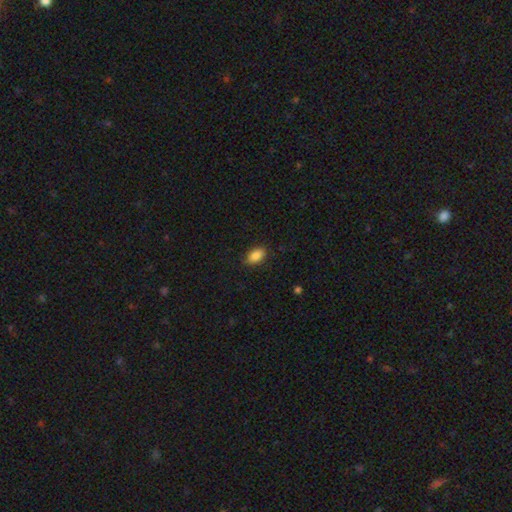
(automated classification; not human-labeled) A smooth galaxy with no disk features (88%) that is in between round and cigar-shaped (91%). Merging: none (87%).